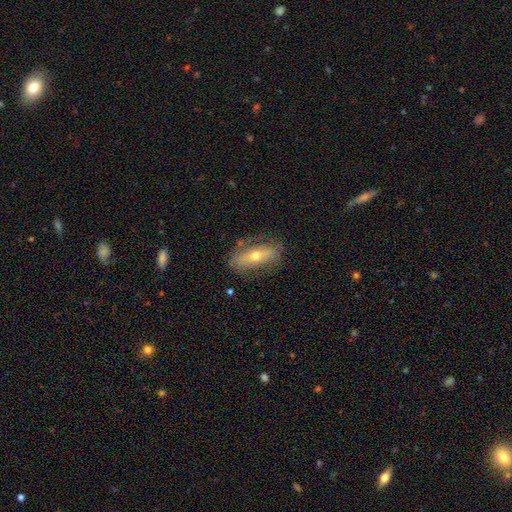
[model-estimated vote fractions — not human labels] smooth-or-featured: featured or disk: 55% | smooth: 37% | star or artifact: 8%
  disk-edge-on: no: 67% | yes: 33%
  merging: none: 73% | minor disturbance: 18% | major disturbance: 7% | merger: 2%